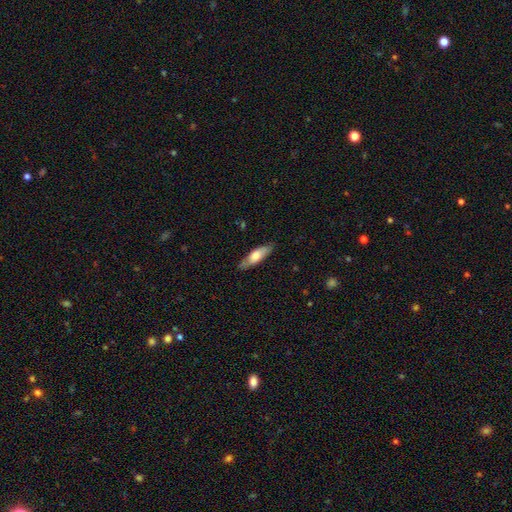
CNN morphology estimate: The model was most divided on "how rounded" (2-way tie): cigar-shaped: 49%, in between: 49%, round: 2%. More confident: merging — none (81%); smooth or featured — smooth (66%).